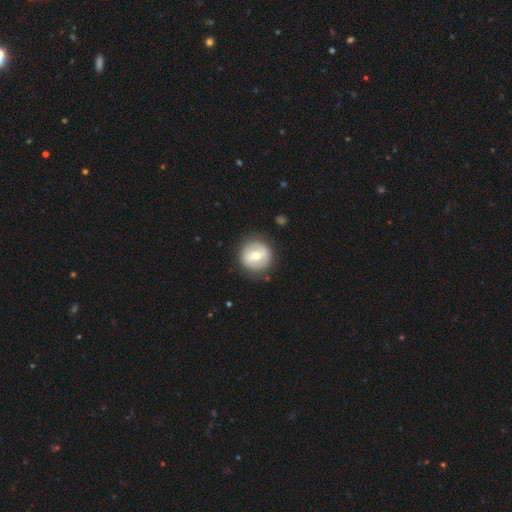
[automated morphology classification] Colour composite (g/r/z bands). It shows a smooth galaxy with no disk features (52%) that is round (91%). Merging: none (86%).